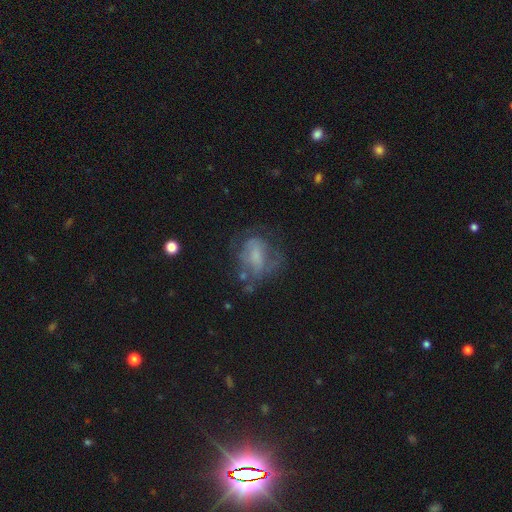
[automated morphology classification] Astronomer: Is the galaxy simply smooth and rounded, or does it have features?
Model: featured or disk — 49% (runner-up: smooth, 39%).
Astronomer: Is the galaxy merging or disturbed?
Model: none — 43% (runner-up: major disturbance, 28%).